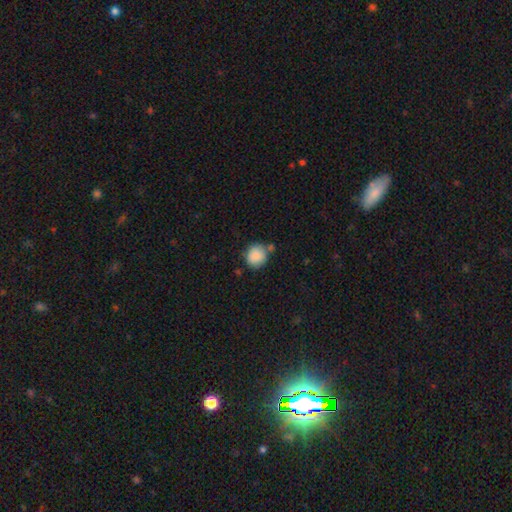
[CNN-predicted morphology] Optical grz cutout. It shows a smooth galaxy with no disk features (88%) that is round (84%). Merging: none (71%).